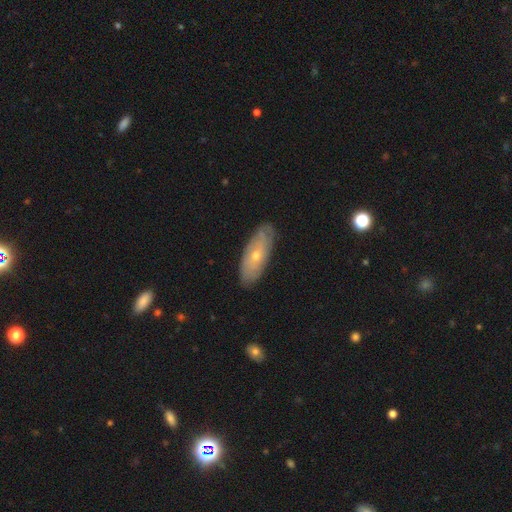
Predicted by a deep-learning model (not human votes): This appears to be a featured or disk galaxy (51%). Merging: none (82%).